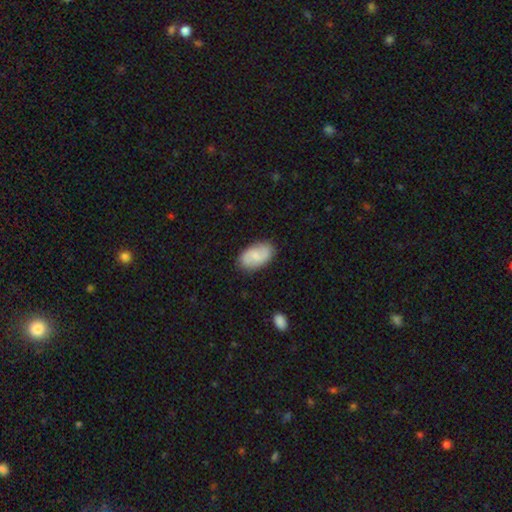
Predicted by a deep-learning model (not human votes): smooth 53%, featured or disk 41%, star or artifact 6%. Down the decision tree: how rounded — in between (93%); merging — none (84%).